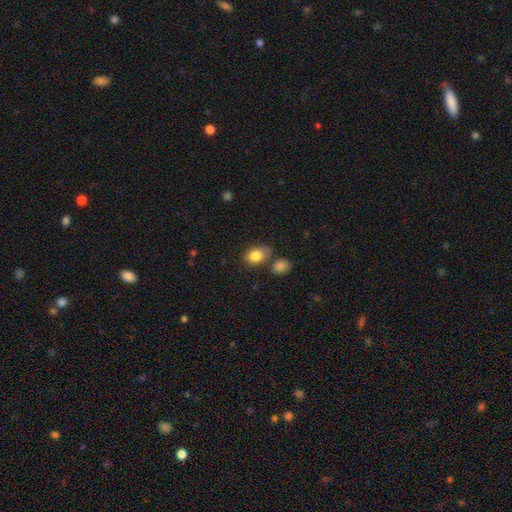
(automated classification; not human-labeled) smooth-or-featured: smooth: 84% | star or artifact: 8% | featured or disk: 7%
  how-rounded: in between: 70% | round: 29% | cigar-shaped: 1%
  merging: none: 59% | minor disturbance: 19% | merger: 16% | major disturbance: 6%